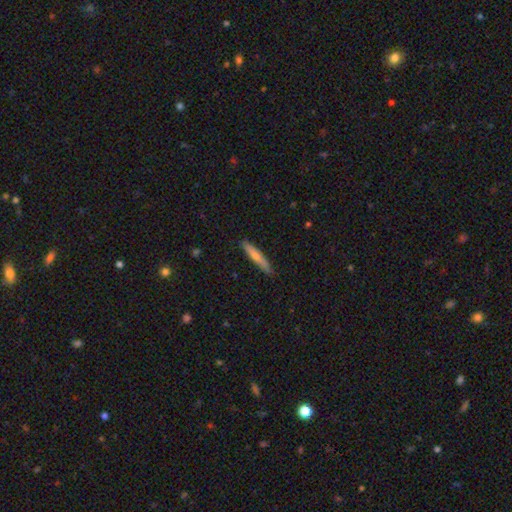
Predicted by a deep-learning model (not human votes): Smooth or featured? Predicted: smooth (p=0.67). How rounded? Predicted: cigar-shaped (p=0.92). Merging? Predicted: none (p=0.86).